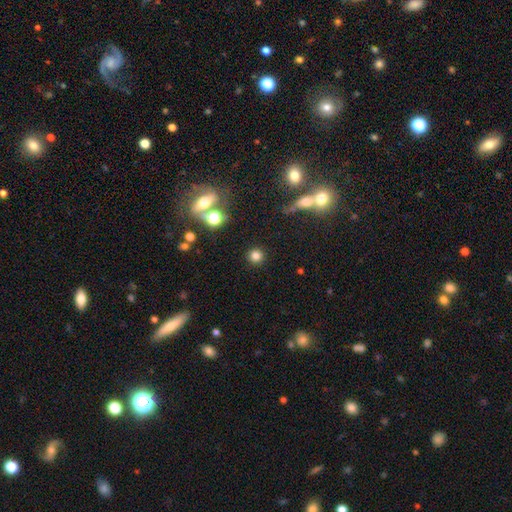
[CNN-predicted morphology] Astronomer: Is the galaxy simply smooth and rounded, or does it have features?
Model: smooth — 79%.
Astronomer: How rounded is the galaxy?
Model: round — 93%.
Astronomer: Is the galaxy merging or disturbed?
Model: none — 89%.